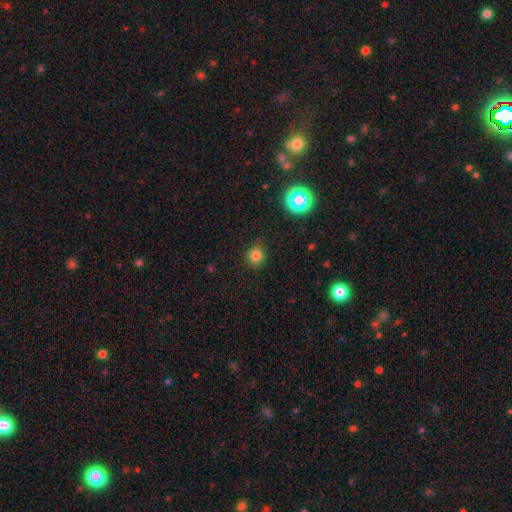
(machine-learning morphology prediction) Smooth or featured: smooth — 77% (star or artifact — 17%)
How rounded: round — 84% (in between — 15%)
Merging: none — 82% (minor disturbance — 13%)